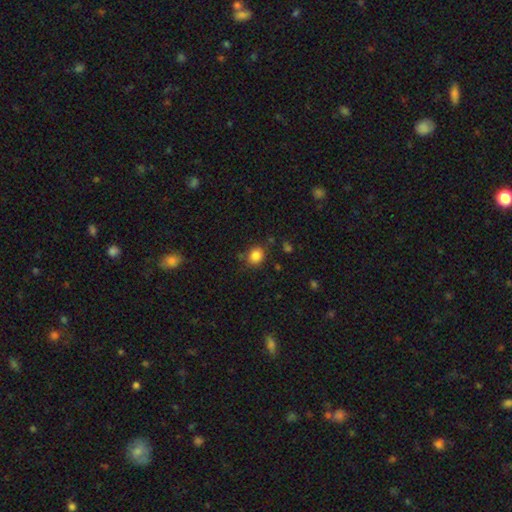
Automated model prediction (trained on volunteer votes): Smooth or featured: smooth — 84% (star or artifact — 11%)
How rounded: round — 68% (in between — 31%)
Merging: none — 79% (minor disturbance — 14%)